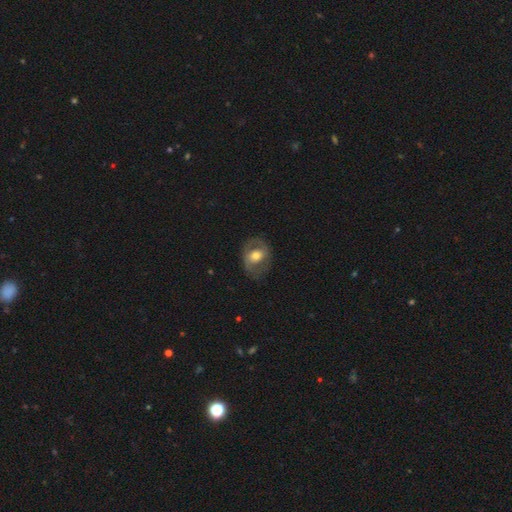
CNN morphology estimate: Smooth or featured?
  - featured or disk: 57% *
  - smooth: 37%
  - star or artifact: 6%
Edge-on disk?
  - no: 95% *
  - yes: 5%
Bar?
  - no: 53% *
  - weak: 31%
  - strong: 16%
Spiral arms?
  - yes: 54% *
  - no: 46%
Bulge size?
  - moderate: 65% *
  - large: 20%
  - small: 11%
  - dominant: 2%
  - none: 1%
Merging?
  - none: 70% *
  - minor disturbance: 18%
  - major disturbance: 11%
  - merger: 1%